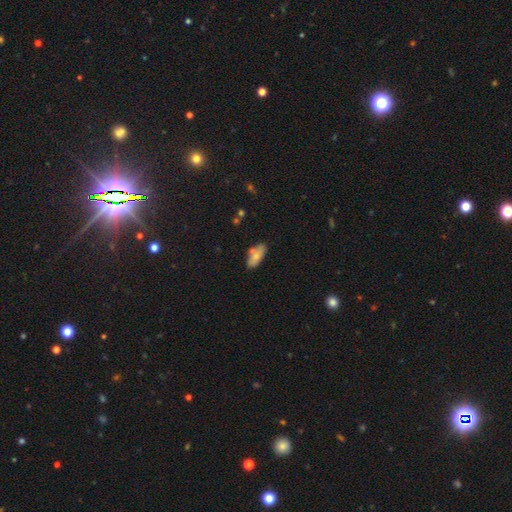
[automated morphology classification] Smooth or featured?
  - smooth: 71% *
  - featured or disk: 22%
  - star or artifact: 7%
How rounded?
  - in between: 86% *
  - cigar-shaped: 11%
  - round: 3%
Merging?
  - none: 63% *
  - minor disturbance: 22%
  - merger: 10%
  - major disturbance: 5%